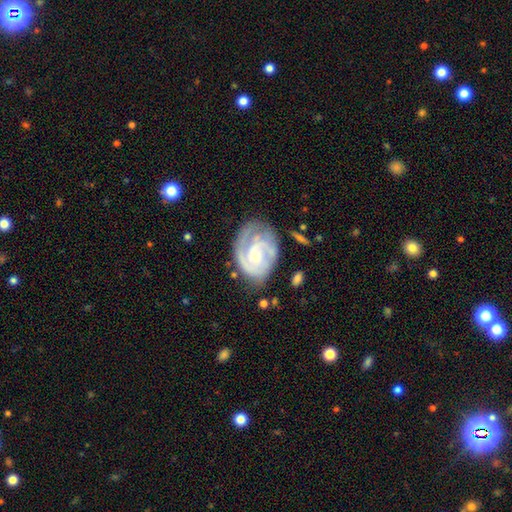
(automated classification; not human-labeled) Smooth or featured: featured or disk — 84% (smooth — 11%)
Edge-on disk: no — 98% (yes — 2%)
Bar: no — 63% (weak — 31%)
Spiral arms: yes — 95% (no — 5%)
Spiral winding: tight — 58% (medium — 34%)
Spiral arm count: 2 — 49% (can't tell — 19%)
Bulge size: small — 62% (moderate — 27%)
Merging: none — 63% (minor disturbance — 22%)